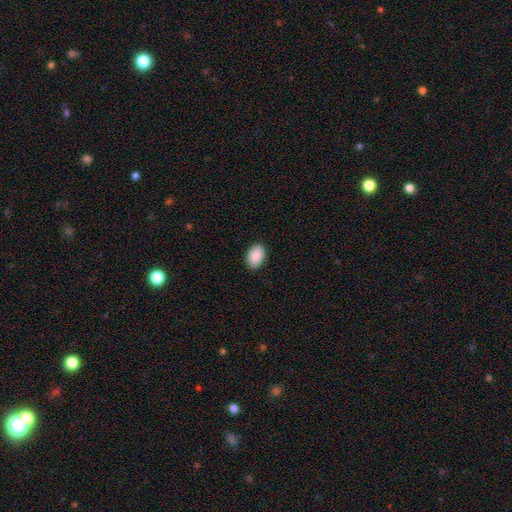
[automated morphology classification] This appears to be a smooth galaxy with no disk features (90%) that is in between round and cigar-shaped (88%). Merging: none (90%).